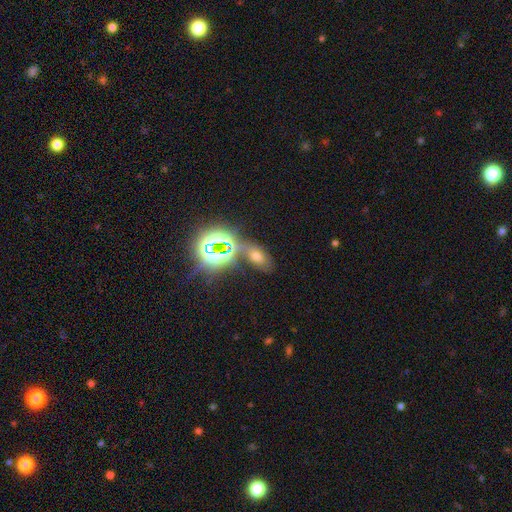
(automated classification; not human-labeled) A smooth galaxy with no disk features (43%, tied with star or artifact).

Vote fractions:
- Smooth or featured? smooth: 43% (tied) / star or artifact: 43% (tied) / featured or disk: 14%
- Merging? none: 58% / merger: 18% / minor disturbance: 15% / major disturbance: 9%